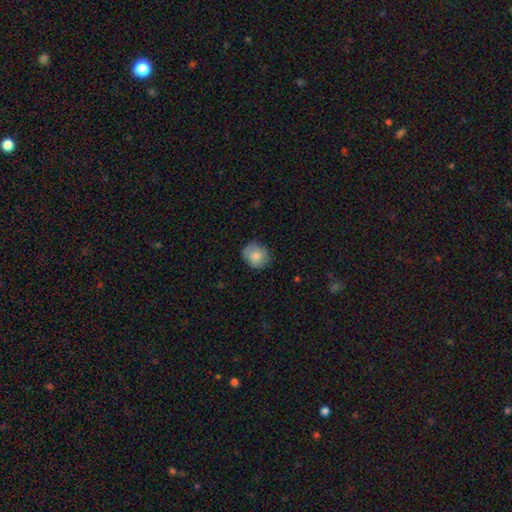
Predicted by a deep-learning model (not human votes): A smooth galaxy with no disk features (84%) that is round (70%). Merging: none (80%).